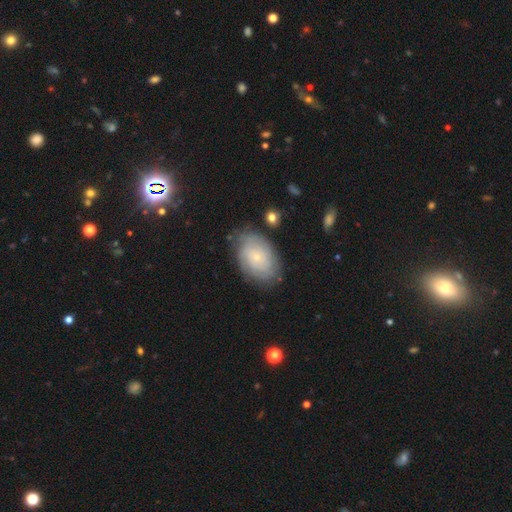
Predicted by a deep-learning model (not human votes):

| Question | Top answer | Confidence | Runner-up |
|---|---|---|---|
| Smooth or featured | smooth | 49% | featured or disk (43%) |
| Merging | none | 75% | minor disturbance (18%) |